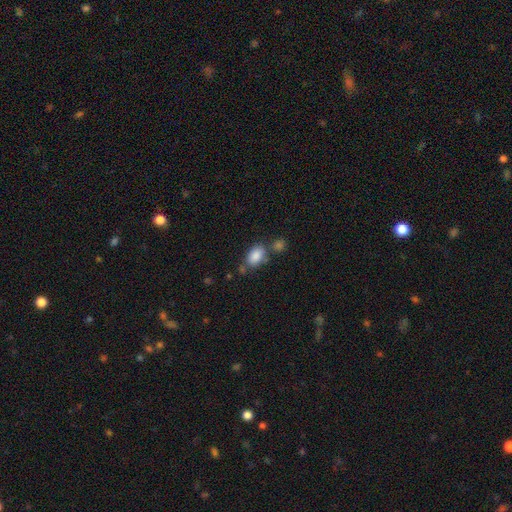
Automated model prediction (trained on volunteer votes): smooth 86%, star or artifact 8%, featured or disk 6%. Down the decision tree: how rounded — in between (86%); merging — none (61%).